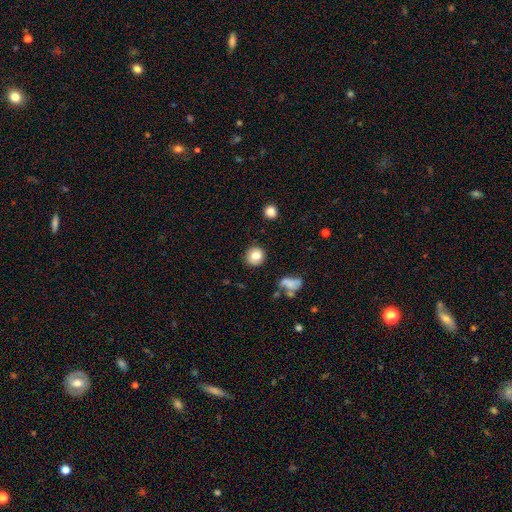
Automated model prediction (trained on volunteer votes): smooth 80%, star or artifact 10%, featured or disk 10%. Down the decision tree: how rounded — round (90%); merging — none (86%).